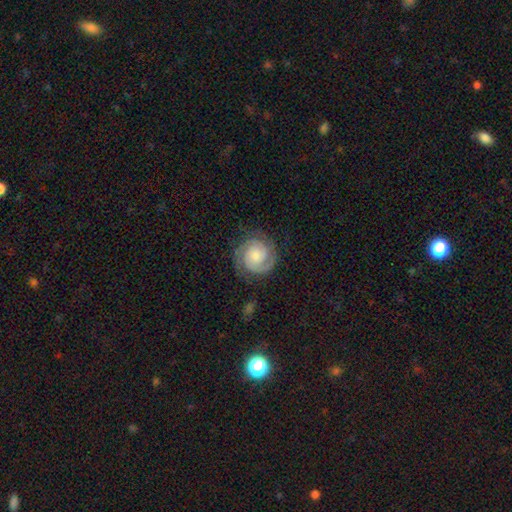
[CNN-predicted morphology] Smooth or featured: featured or disk — 80% (smooth — 14%)
Edge-on disk: no — 98% (yes — 2%)
Bar: no — 68% (weak — 27%)
Spiral arms: yes — 97% (no — 3%)
Spiral winding: tight — 66% (medium — 28%)
Spiral arm count: 2 — 71% (3 — 10%)
Bulge size: small — 41% (moderate — 36%)
Merging: none — 78% (minor disturbance — 14%)